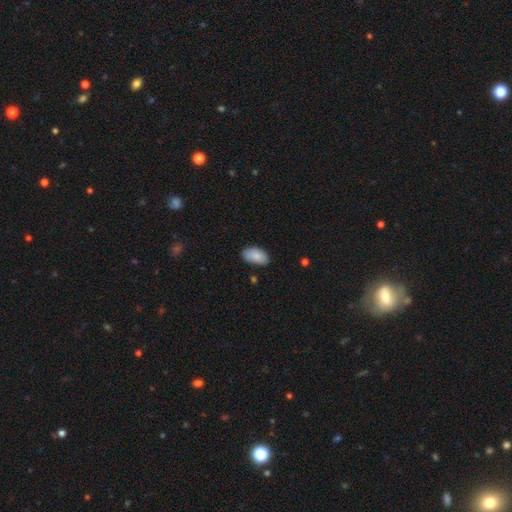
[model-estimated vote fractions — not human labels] smooth 86%, featured or disk 8%, star or artifact 7%. Down the decision tree: how rounded — in between (95%); merging — none (78%).